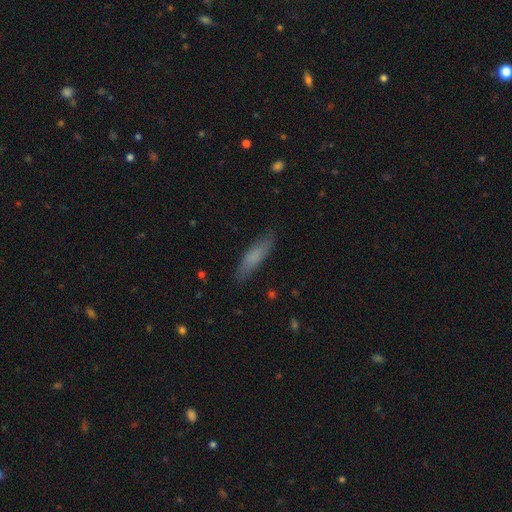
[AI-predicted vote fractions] Smooth or featured? smooth (75%)
How rounded? cigar-shaped (75%)
Merging? none (83%)